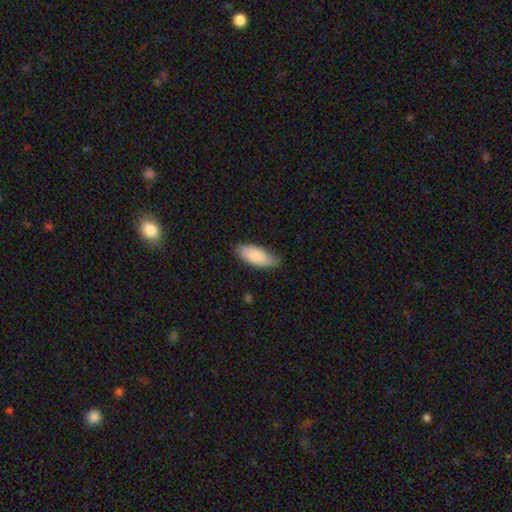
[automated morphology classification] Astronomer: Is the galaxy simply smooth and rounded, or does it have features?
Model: smooth — 86%.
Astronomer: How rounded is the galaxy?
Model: in between — 83%.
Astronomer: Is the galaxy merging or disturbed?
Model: none — 76%.